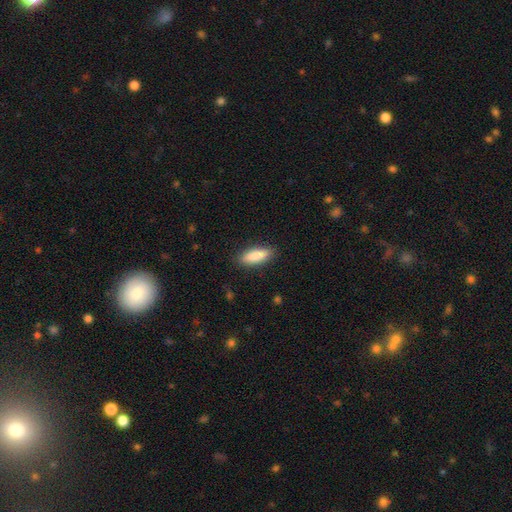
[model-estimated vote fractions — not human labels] Morphology: type=smooth (87%); roundness=in between (61%); merging=none (87%).